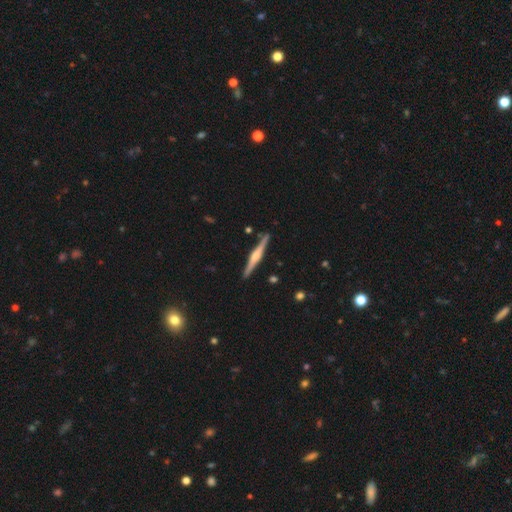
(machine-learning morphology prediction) Smooth or featured? featured or disk (76%)
Edge-on disk? yes (98%)
Edge-on bulge? rounded (78%)
Merging? none (90%)